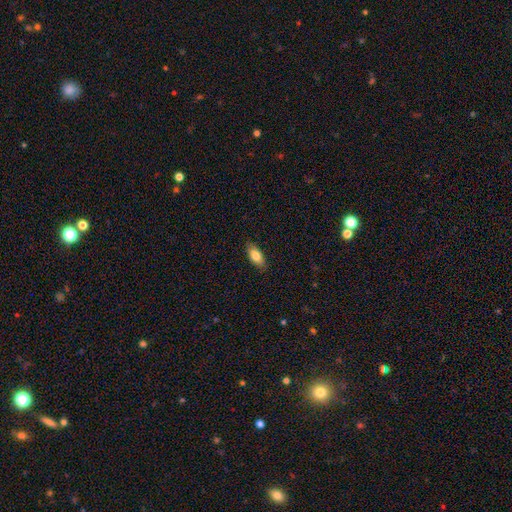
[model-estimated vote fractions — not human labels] Morphology: type=smooth (81%); roundness=in between (84%); merging=none (86%).